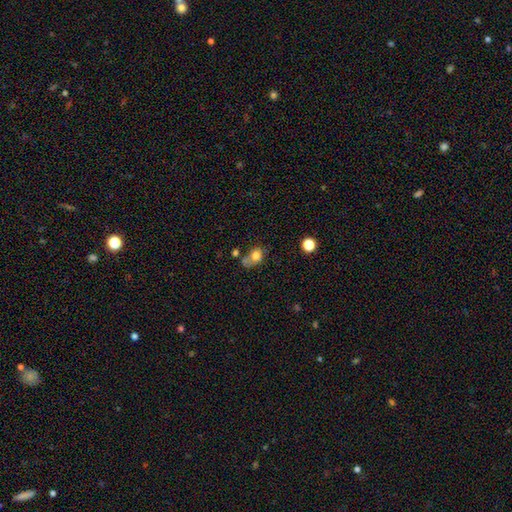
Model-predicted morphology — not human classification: smooth 76%, featured or disk 13%, star or artifact 11%. Down the decision tree: how rounded — in between (49%, tied with round); merging — none (35%).